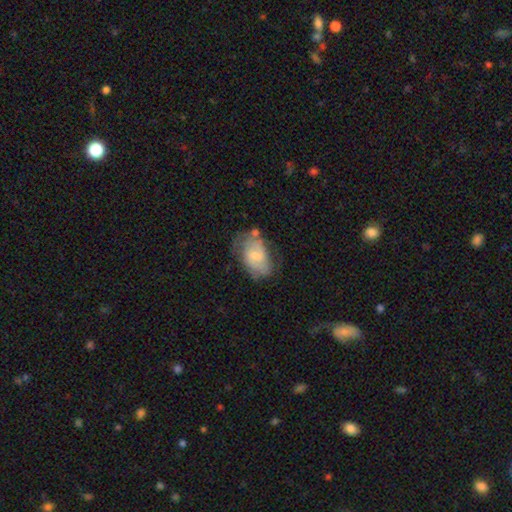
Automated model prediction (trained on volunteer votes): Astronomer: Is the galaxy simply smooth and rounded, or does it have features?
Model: smooth — 48% (runner-up: featured or disk, 45%).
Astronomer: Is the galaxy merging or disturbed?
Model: none — 49% (runner-up: minor disturbance, 30%).